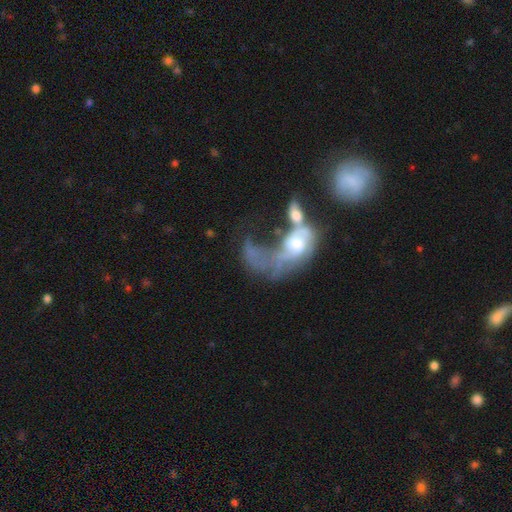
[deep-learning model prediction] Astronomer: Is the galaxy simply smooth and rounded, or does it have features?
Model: featured or disk — 61%.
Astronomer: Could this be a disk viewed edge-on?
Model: no — 94%.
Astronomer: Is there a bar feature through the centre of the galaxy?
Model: no — 72%.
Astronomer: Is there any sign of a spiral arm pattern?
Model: yes — 53% (runner-up: no, 47%).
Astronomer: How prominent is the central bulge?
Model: moderate — 52%.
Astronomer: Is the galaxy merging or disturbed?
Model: merger — 50% (runner-up: major disturbance, 35%).